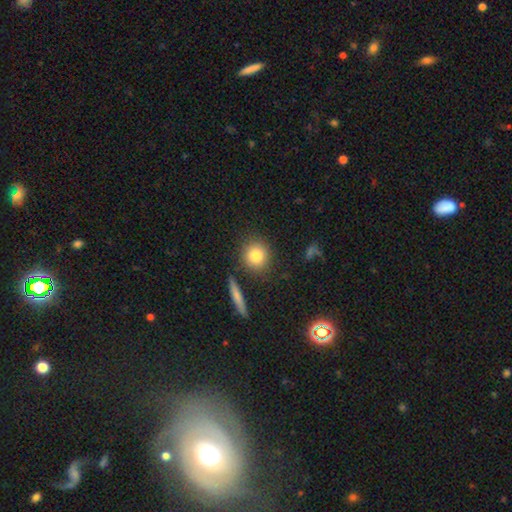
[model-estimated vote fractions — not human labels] smooth_or_featured: smooth (p=0.82) [alt: featured or disk p=0.09]
how_rounded: round (p=0.87) [alt: in between p=0.11]
merging: none (p=0.83) [alt: minor disturbance p=0.08]